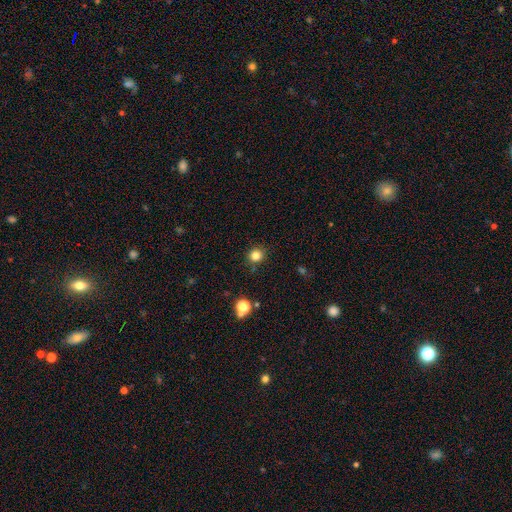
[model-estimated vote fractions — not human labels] A smooth galaxy with no disk features (81%) that is round (90%).

Vote fractions:
- Smooth or featured? smooth: 81% / star or artifact: 14% / featured or disk: 5%
- How rounded? round: 90% / in between: 9% / cigar-shaped: 1%
- Merging? none: 86% / minor disturbance: 9% / major disturbance: 2% / merger: 2%